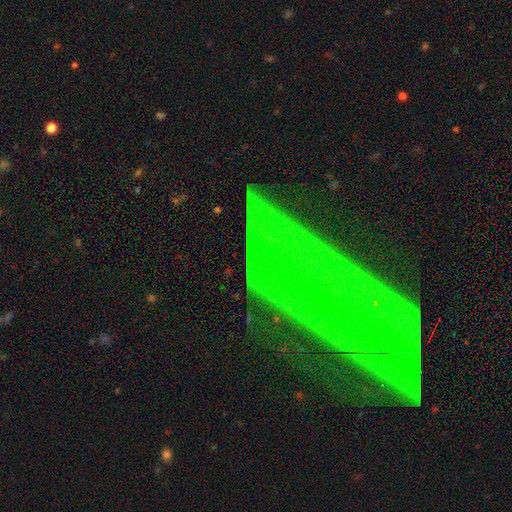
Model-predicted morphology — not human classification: smooth-or-featured: star or artifact: 61% | featured or disk: 24% | smooth: 15%